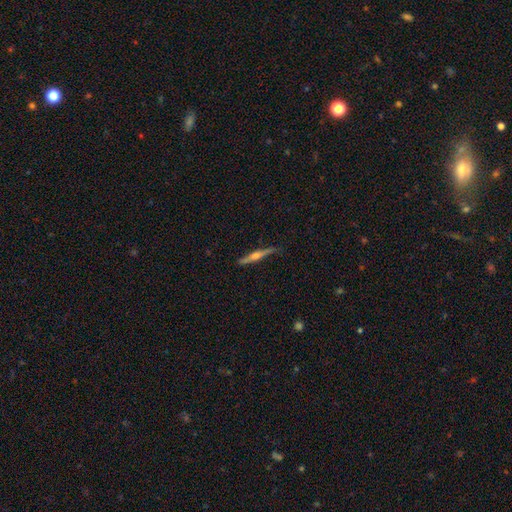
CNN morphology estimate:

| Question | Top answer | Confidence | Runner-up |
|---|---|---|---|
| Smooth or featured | featured or disk | 73% | smooth (21%) |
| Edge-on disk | yes | 97% | no (3%) |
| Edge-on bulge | rounded | 90% | none (5%) |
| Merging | none | 82% | minor disturbance (14%) |